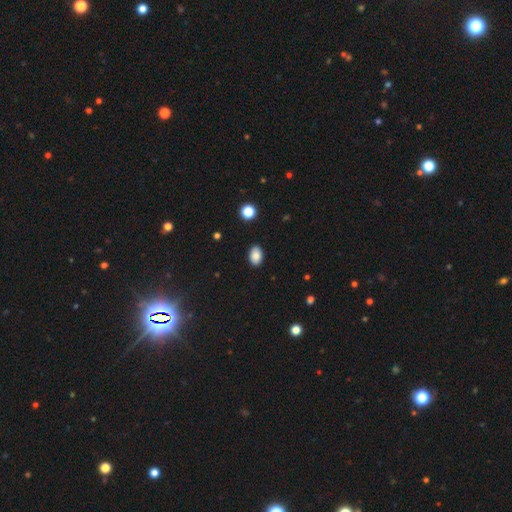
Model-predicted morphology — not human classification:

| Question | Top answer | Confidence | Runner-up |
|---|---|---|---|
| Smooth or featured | smooth | 86% | star or artifact (9%) |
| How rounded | in between | 85% | round (14%) |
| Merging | none | 89% | minor disturbance (8%) |